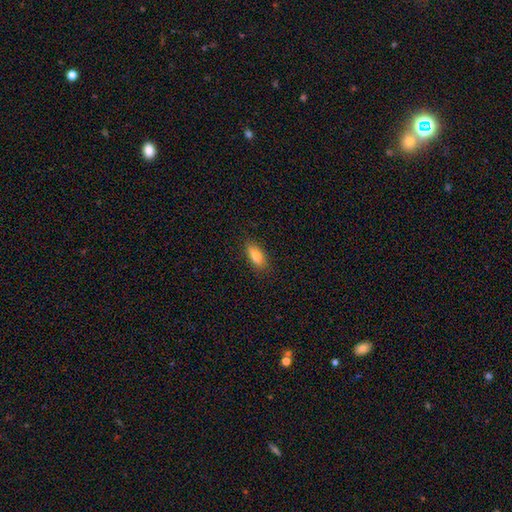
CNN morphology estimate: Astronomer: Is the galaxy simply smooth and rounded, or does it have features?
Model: smooth — 82%.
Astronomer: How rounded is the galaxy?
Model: in between — 78%.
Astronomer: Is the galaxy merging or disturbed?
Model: none — 83%.